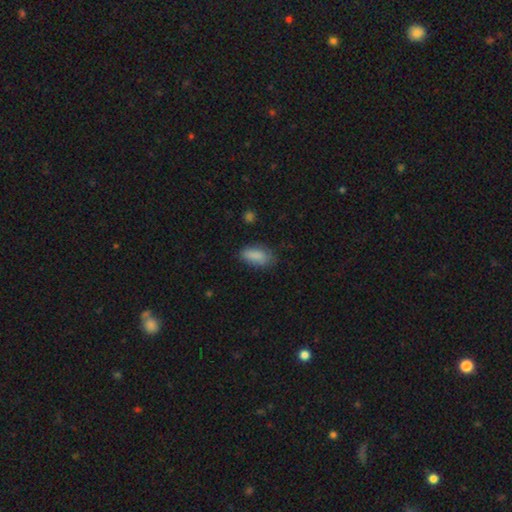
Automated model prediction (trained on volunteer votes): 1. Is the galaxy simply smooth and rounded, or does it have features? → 86% smooth, 8% star or artifact, 6% featured or disk.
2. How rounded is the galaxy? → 87% in between, 9% cigar-shaped, 4% round.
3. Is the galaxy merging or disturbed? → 67% none, 24% minor disturbance, 6% major disturbance, 2% merger.